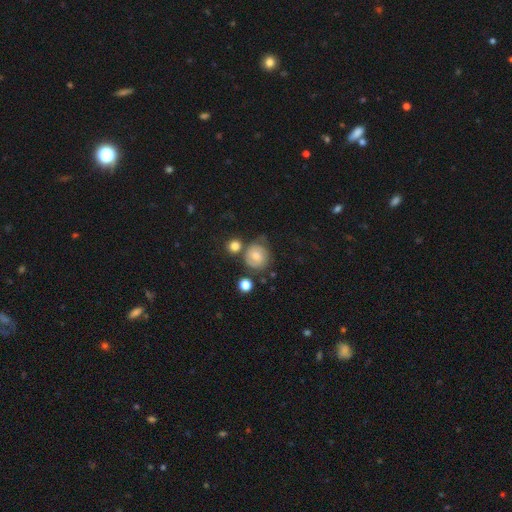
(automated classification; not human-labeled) This is possibly a smooth galaxy (52%). How rounded: clearly round (84%). Merging: likely none (64%).